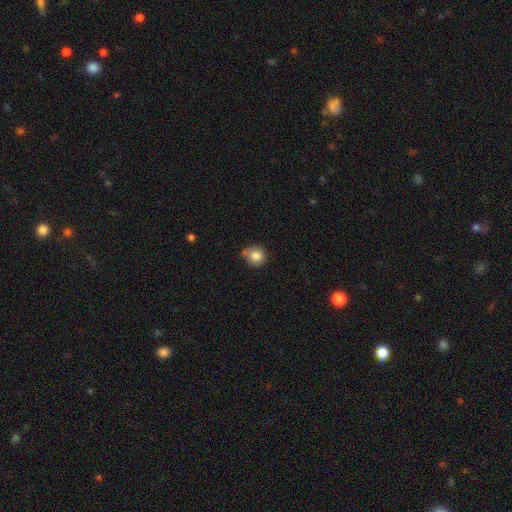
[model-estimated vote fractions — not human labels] smooth 83%, star or artifact 10%, featured or disk 7%. Down the decision tree: how rounded — round (82%); merging — none (60%).